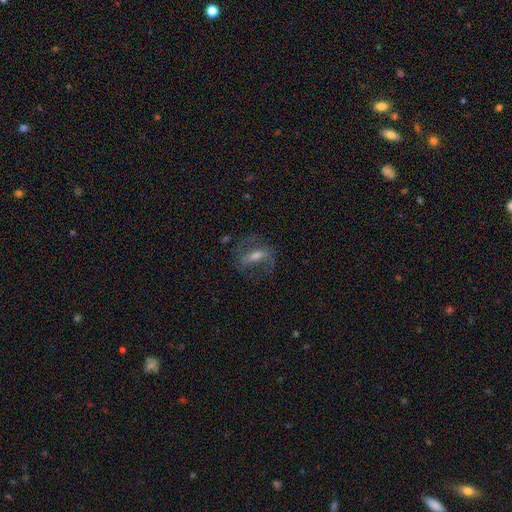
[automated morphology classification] Q: Smooth or featured?
A: featured or disk (67%); runner-up: smooth (22%)
Q: Edge-on disk?
A: no (87%); runner-up: yes (13%)
Q: Bar?
A: strong (47%); runner-up: weak (34%)
Q: Spiral arms?
A: yes (79%); runner-up: no (21%)
Q: Bulge size?
A: moderate (51%); runner-up: small (32%)
Q: Merging?
A: none (67%); runner-up: minor disturbance (16%)